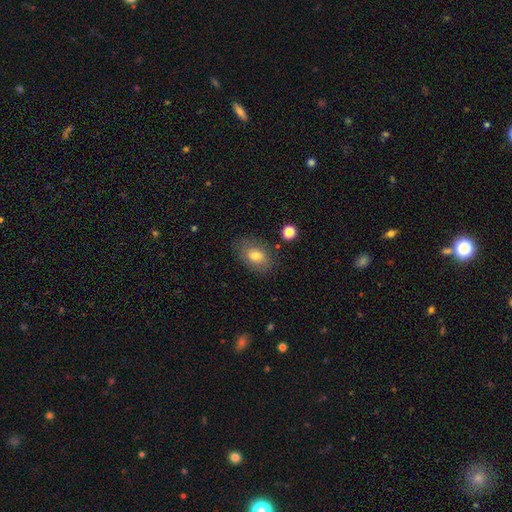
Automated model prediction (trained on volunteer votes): This is likely a smooth galaxy (75%). How rounded: clearly in between (84%). Merging: likely none (79%).